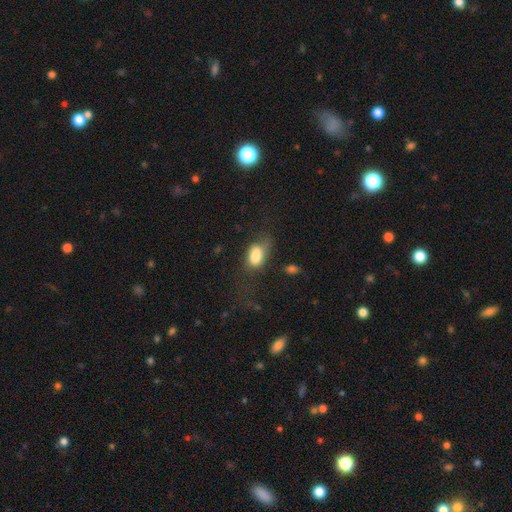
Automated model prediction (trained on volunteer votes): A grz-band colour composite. It shows a smooth galaxy with no disk features (78%) that is in between round and cigar-shaped (89%). Merging: none (36%).